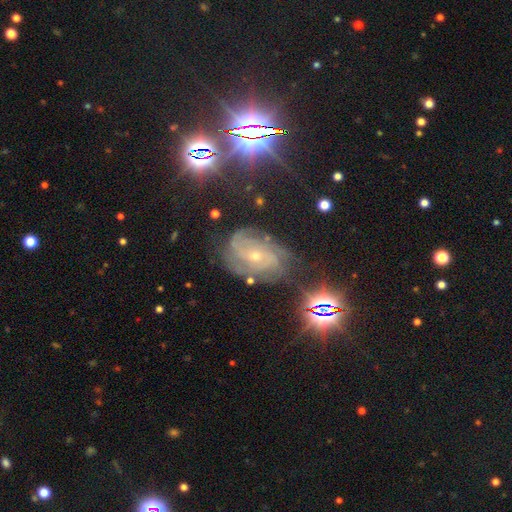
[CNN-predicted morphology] The model was most divided on "spiral arm count": can't tell: 33%, 3: 23%, 2: 19%, 4: 13%, more than 4: 6%, 1: 6%. More confident: edge-on disk — no (96%); spiral arms — yes (95%); smooth or featured — featured or disk (77%); bulge size — small (69%); merging — none (64%); bar — no (62%); spiral winding — tight (59%).